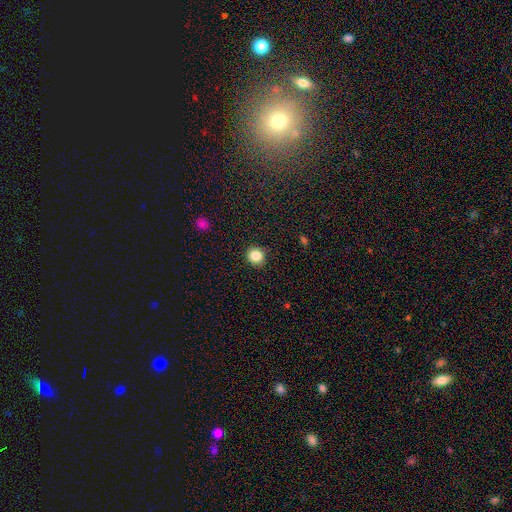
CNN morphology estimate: Smooth or featured? Predicted: smooth (p=0.85). How rounded? Predicted: round (p=0.90). Merging? Predicted: none (p=0.90).